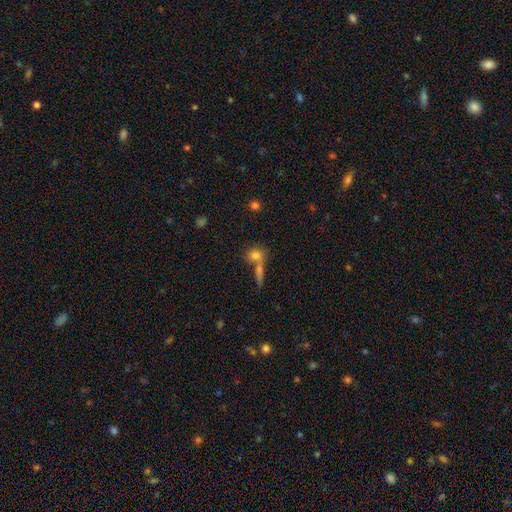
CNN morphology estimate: smooth 75%, featured or disk 14%, star or artifact 11%. Down the decision tree: how rounded — round (61%); merging — none (46%).